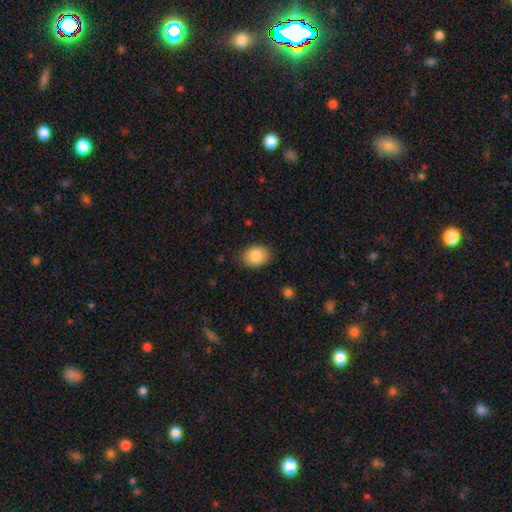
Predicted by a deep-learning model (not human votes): Smooth or featured? Predicted: smooth (p=0.85). How rounded? Predicted: in between (p=0.63). Merging? Predicted: none (p=0.84).